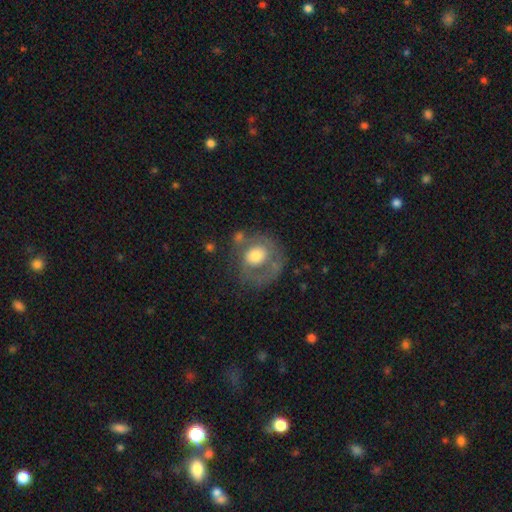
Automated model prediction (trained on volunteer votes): This is possibly a smooth galaxy (47%). Merging: possibly none (48%).